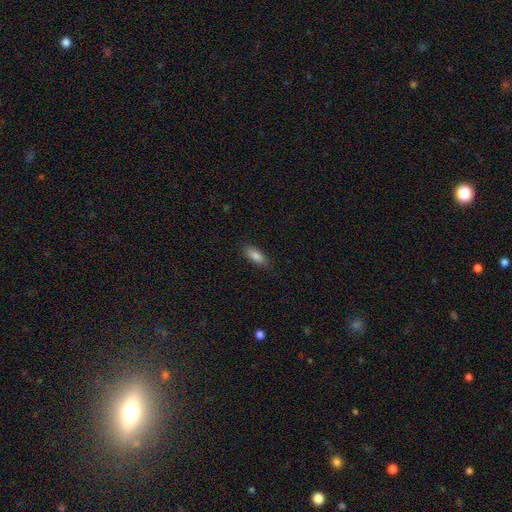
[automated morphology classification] Q: Smooth or featured?
A: smooth (85%); runner-up: featured or disk (8%)
Q: How rounded?
A: in between (78%); runner-up: cigar-shaped (20%)
Q: Merging?
A: none (86%); runner-up: minor disturbance (11%)